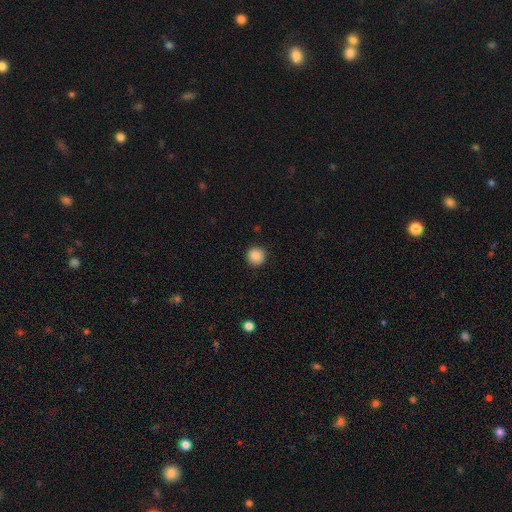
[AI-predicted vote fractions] smooth-or-featured: smooth: 88% | star or artifact: 9% | featured or disk: 3%
  how-rounded: round: 94% | in between: 5% | cigar-shaped: 1%
  merging: none: 90% | minor disturbance: 7% | major disturbance: 2% | merger: 1%